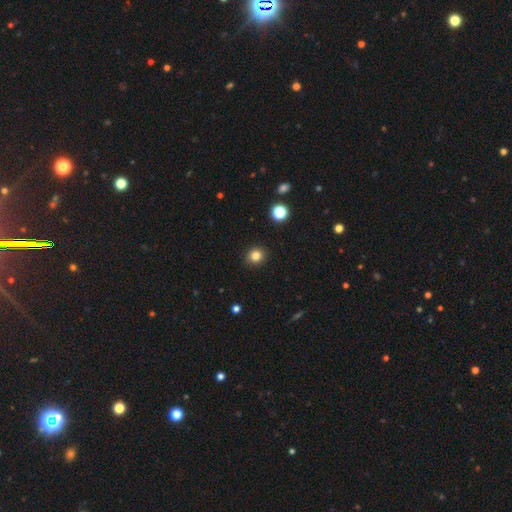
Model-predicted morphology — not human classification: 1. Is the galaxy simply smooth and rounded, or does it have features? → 83% smooth, 12% star or artifact, 5% featured or disk.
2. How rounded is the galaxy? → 84% round, 15% in between, 1% cigar-shaped.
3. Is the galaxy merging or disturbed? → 91% none, 6% minor disturbance, 2% major disturbance, 1% merger.